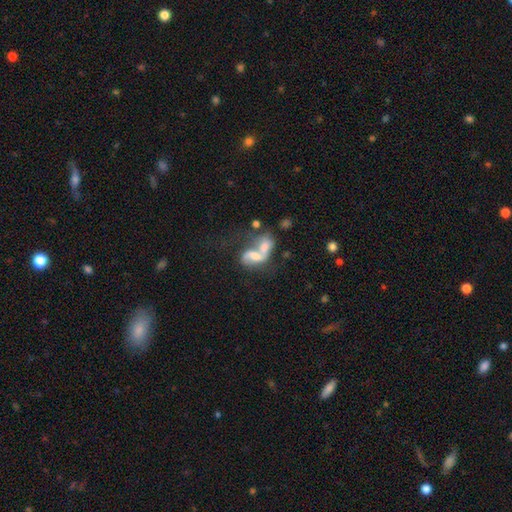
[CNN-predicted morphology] Smooth or featured? Predicted: featured or disk (p=0.58). Edge-on disk? Predicted: no (p=0.96). Bar? Predicted: no (p=0.45). Spiral arms? Predicted: yes (p=0.74). Bulge size? Predicted: moderate (p=0.42). Merging? Predicted: merger (p=0.64).